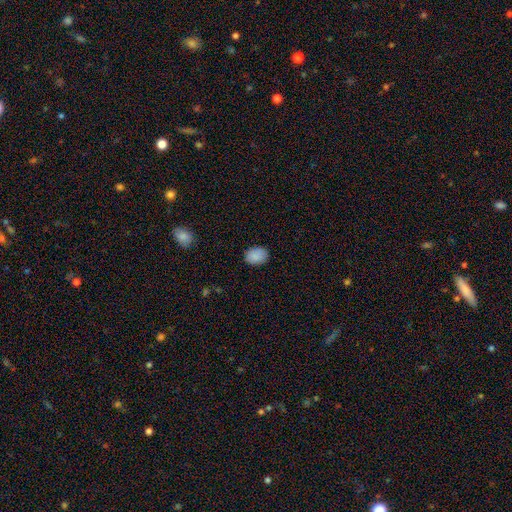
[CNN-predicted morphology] smooth-or-featured: smooth: 88% | star or artifact: 8% | featured or disk: 4%
  how-rounded: in between: 64% | round: 35% | cigar-shaped: 1%
  merging: none: 86% | minor disturbance: 10% | major disturbance: 2% | merger: 1%